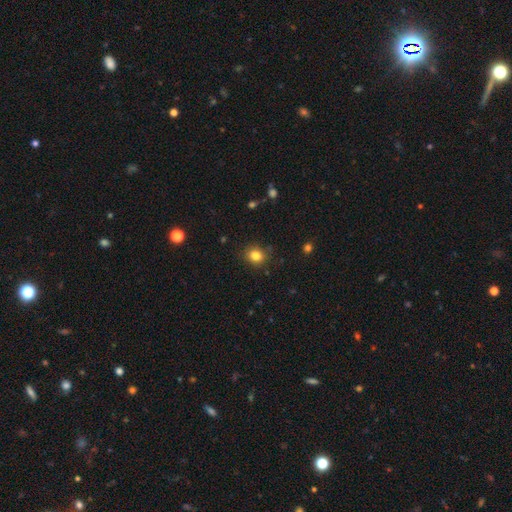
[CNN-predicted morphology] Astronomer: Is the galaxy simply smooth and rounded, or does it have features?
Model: smooth — 83%.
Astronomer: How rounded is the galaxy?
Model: round — 71%.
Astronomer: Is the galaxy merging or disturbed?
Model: none — 85%.